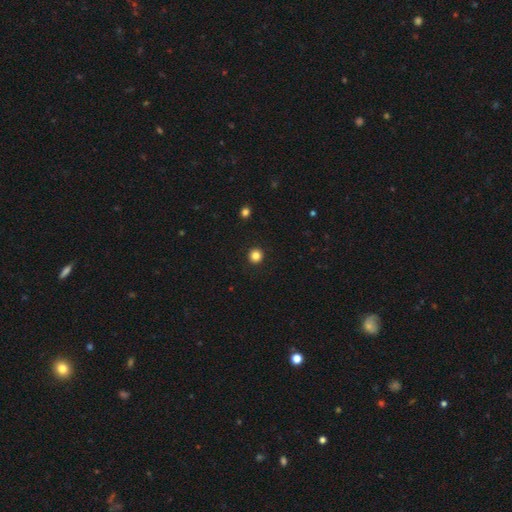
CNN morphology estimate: The model was most divided on "smooth or featured": smooth: 84%, star or artifact: 12%, featured or disk: 4%. More confident: how rounded — round (94%); merging — none (93%).